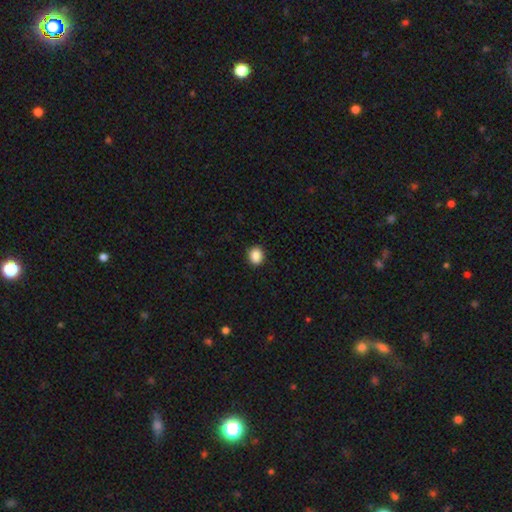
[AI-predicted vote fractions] This appears to be a smooth galaxy with no disk features (89%) that is round (62%). Merging: none (90%).